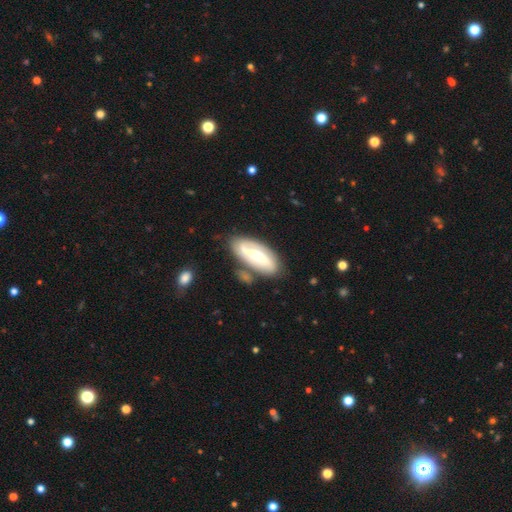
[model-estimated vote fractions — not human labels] smooth_or_featured: featured or disk (p=0.72) [alt: smooth p=0.23]
disk_edge_on: no (p=0.88) [alt: yes p=0.12]
bar: strong (p=0.52) [alt: weak p=0.28]
has_spiral_arms: yes (p=0.83) [alt: no p=0.17]
spiral_winding: medium (p=0.37) [alt: tight p=0.32]
spiral_arm_count: 2 (p=0.78) [alt: can't tell p=0.12]
bulge_size: moderate (p=0.52) [alt: small p=0.40]
merging: none (p=0.75) [alt: minor disturbance p=0.15]